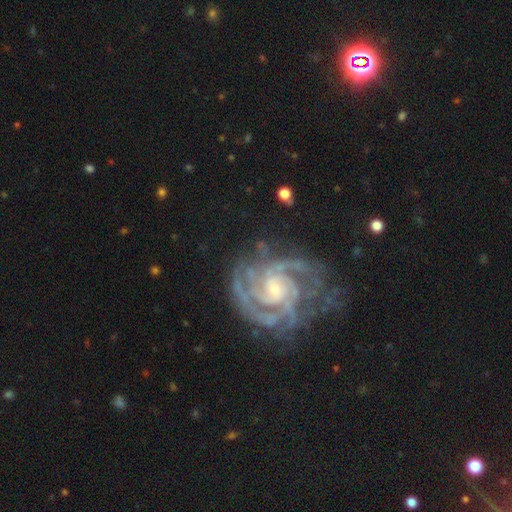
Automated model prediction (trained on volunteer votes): Q: Smooth or featured?
A: featured or disk (78%); runner-up: star or artifact (14%)
Q: Edge-on disk?
A: no (97%); runner-up: yes (3%)
Q: Bar?
A: no (53%); runner-up: weak (36%)
Q: Spiral arms?
A: yes (95%); runner-up: no (5%)
Q: Spiral winding?
A: tight (61%); runner-up: medium (32%)
Q: Spiral arm count?
A: can't tell (28%); runner-up: 2 (24%)
Q: Bulge size?
A: moderate (48%); runner-up: small (43%)
Q: Merging?
A: none (73%); runner-up: minor disturbance (15%)